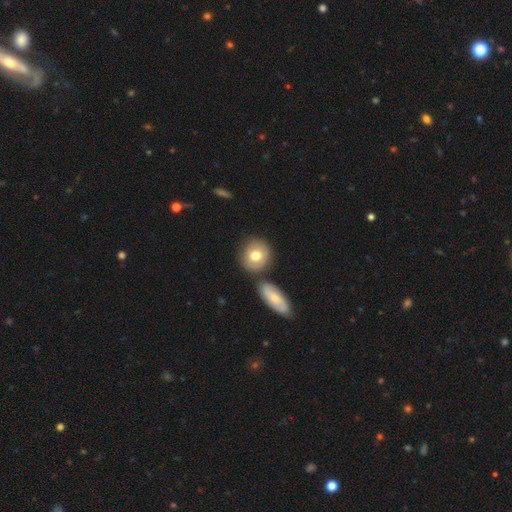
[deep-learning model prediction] Smooth or featured: smooth — 73% (featured or disk — 21%)
How rounded: round — 81% (in between — 18%)
Merging: none — 69% (merger — 16%)